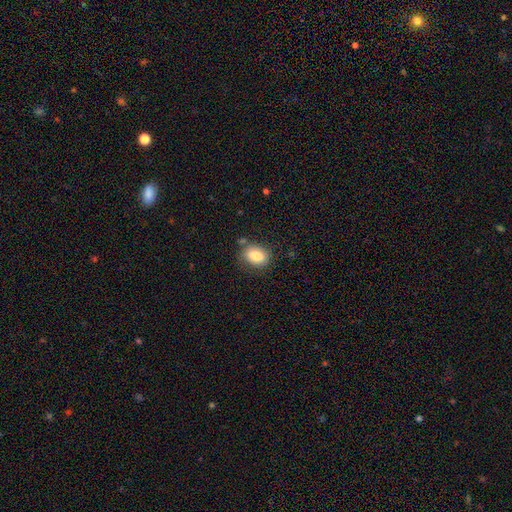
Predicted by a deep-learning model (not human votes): Smooth or featured: smooth — 84% (star or artifact — 8%)
How rounded: in between — 74% (round — 25%)
Merging: none — 77% (minor disturbance — 15%)